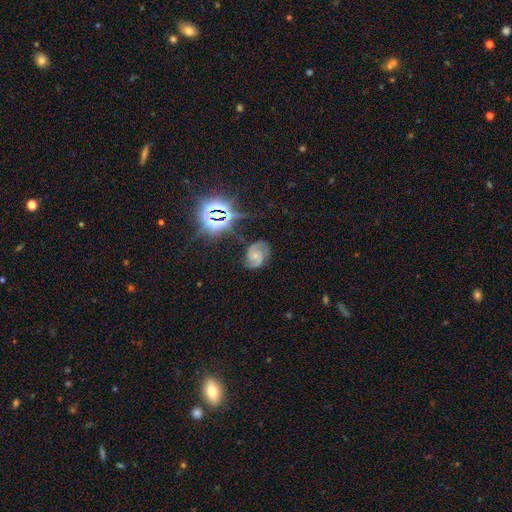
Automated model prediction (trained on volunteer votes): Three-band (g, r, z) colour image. It shows a featured or disk galaxy (76%) with no bar (63%), 2 (82%) medium (52%) spiral arms (96%) and a small central bulge (58%). Merging: none (68%).